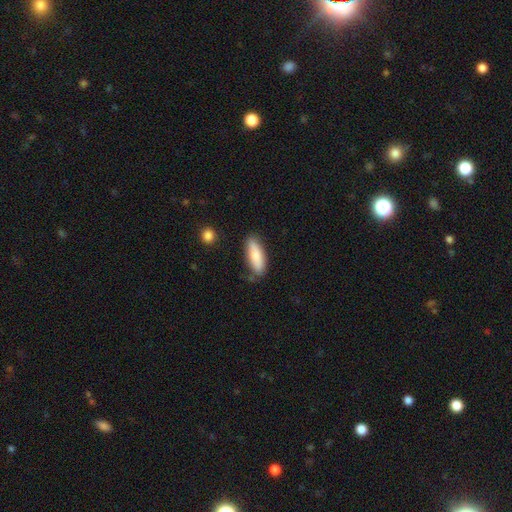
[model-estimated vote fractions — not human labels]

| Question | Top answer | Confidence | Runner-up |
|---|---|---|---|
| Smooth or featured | smooth | 79% | featured or disk (15%) |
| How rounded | in between | 55% | cigar-shaped (43%) |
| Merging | none | 80% | minor disturbance (14%) |